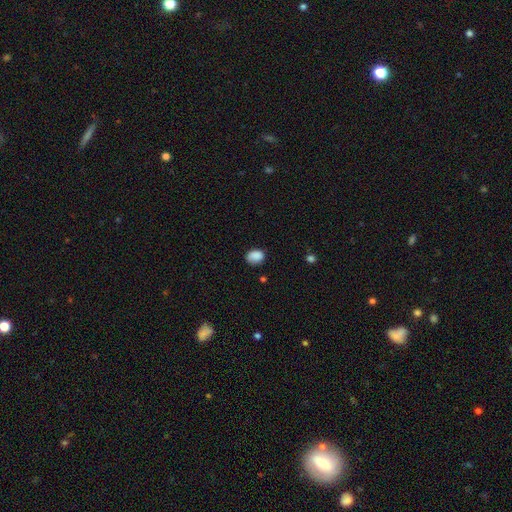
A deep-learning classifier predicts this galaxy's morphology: Smooth or featured? smooth (87%)
How rounded? in between (66%)
Merging? none (74%)